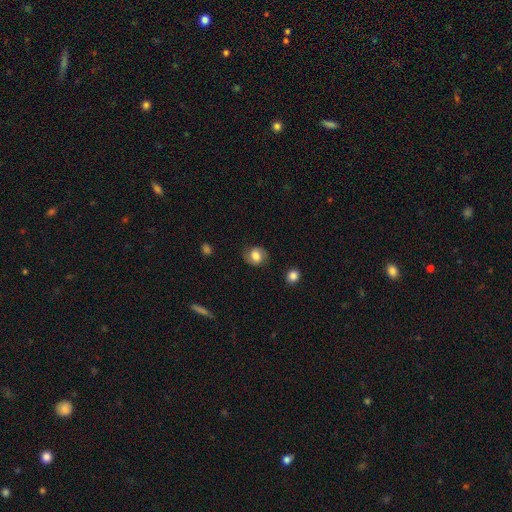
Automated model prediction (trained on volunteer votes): Morphology: type=smooth (64%); roundness=round (70%); merging=none (76%).